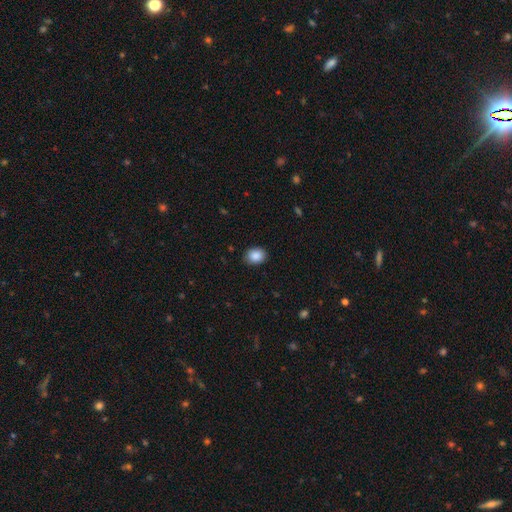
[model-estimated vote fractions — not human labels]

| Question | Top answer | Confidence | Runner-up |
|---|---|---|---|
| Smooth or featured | smooth | 88% | star or artifact (8%) |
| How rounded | in between | 58% | round (41%) |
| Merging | none | 87% | minor disturbance (10%) |